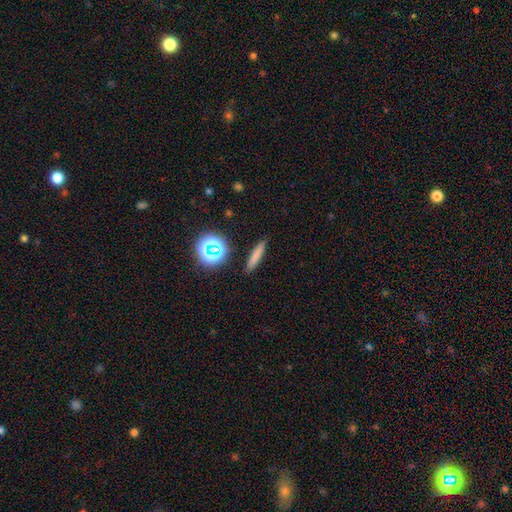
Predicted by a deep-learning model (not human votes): A smooth galaxy with no disk features (73%) that is cigar-shaped (87%).

Vote fractions:
- Smooth or featured? smooth: 73% / star or artifact: 14% / featured or disk: 12%
- How rounded? cigar-shaped: 87% / in between: 9% / round: 4%
- Merging? none: 88% / minor disturbance: 8% / major disturbance: 2% / merger: 2%